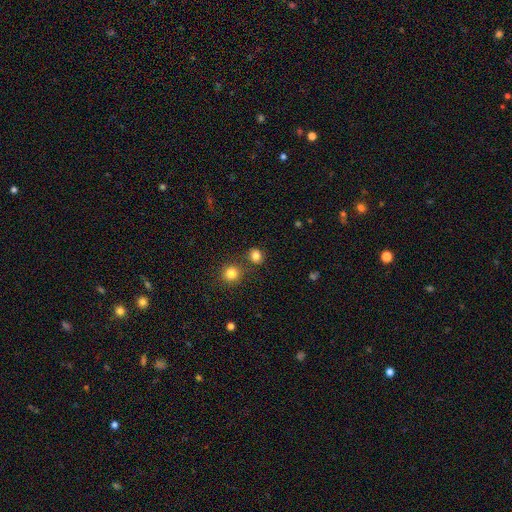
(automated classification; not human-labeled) smooth-or-featured: smooth: 82% | star or artifact: 13% | featured or disk: 5%
  how-rounded: round: 73% | in between: 26% | cigar-shaped: 1%
  merging: none: 75% | merger: 12% | minor disturbance: 10% | major disturbance: 3%